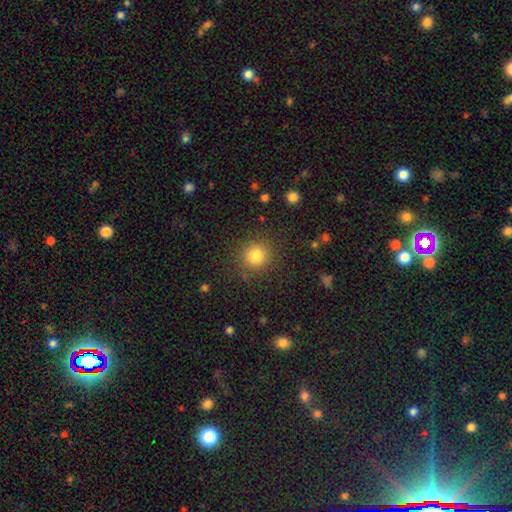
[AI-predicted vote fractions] smooth_or_featured: smooth (p=0.82) [alt: star or artifact p=0.12]
how_rounded: round (p=0.90) [alt: in between p=0.09]
merging: none (p=0.86) [alt: minor disturbance p=0.08]